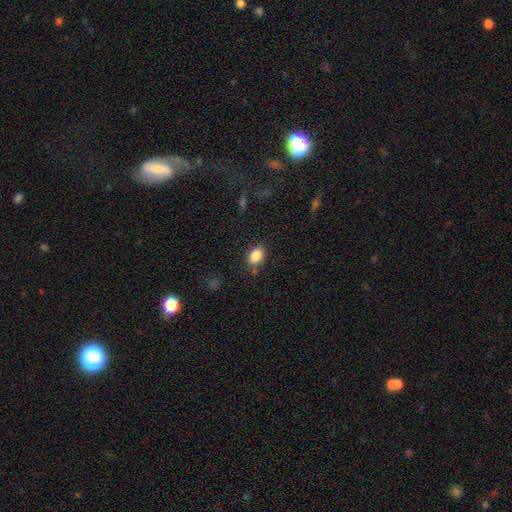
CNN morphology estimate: This appears to be a smooth galaxy with no disk features (86%) that is in between round and cigar-shaped (77%). Merging: none (80%).